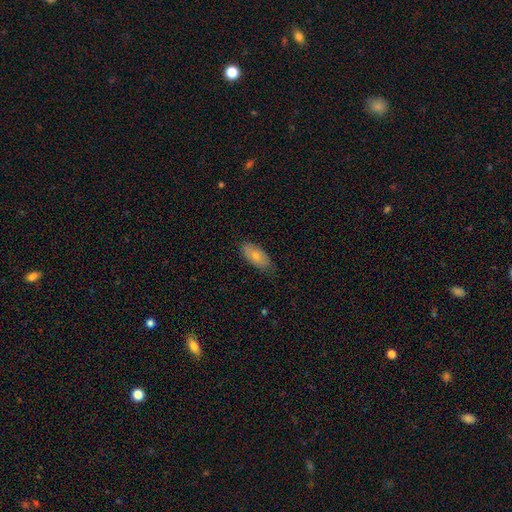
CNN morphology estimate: Smooth or featured?
  - smooth: 73% *
  - featured or disk: 20%
  - star or artifact: 7%
How rounded?
  - in between: 91% *
  - cigar-shaped: 6%
  - round: 3%
Merging?
  - none: 76% *
  - minor disturbance: 20%
  - major disturbance: 3%
  - merger: 1%